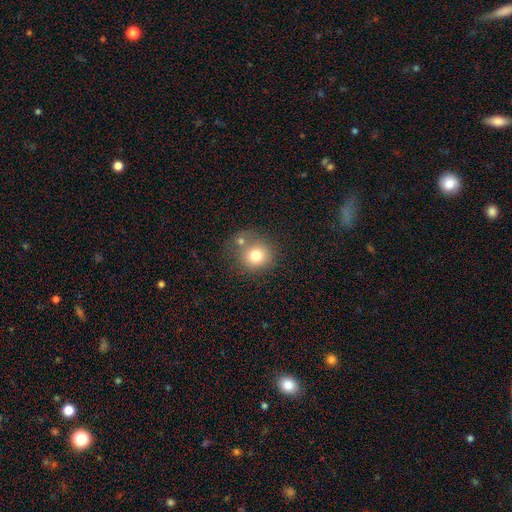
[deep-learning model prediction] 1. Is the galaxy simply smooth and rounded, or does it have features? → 77% smooth, 12% featured or disk, 11% star or artifact.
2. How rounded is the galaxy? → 85% round, 14% in between, 1% cigar-shaped.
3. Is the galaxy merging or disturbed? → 54% none, 26% merger, 14% minor disturbance, 6% major disturbance.